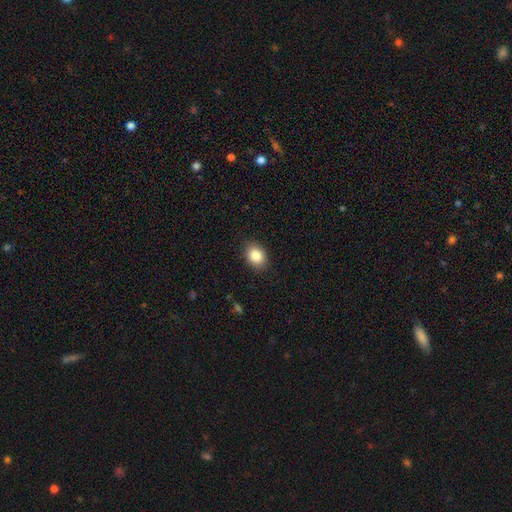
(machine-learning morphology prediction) A smooth galaxy with no disk features (85%) that is in between round and cigar-shaped (66%).

Vote fractions:
- Smooth or featured? smooth: 85% / star or artifact: 9% / featured or disk: 6%
- How rounded? in between: 66% / round: 33% / cigar-shaped: 1%
- Merging? none: 89% / minor disturbance: 8% / major disturbance: 2% / merger: 1%